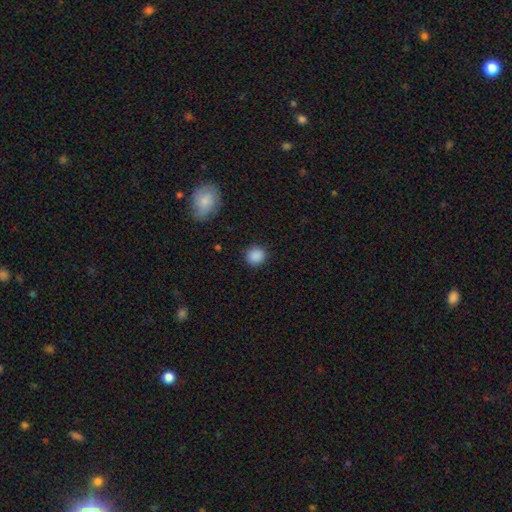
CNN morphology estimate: The model was most divided on "how rounded": round: 89%, in between: 10%, cigar-shaped: 1%. More confident: merging — none (89%); smooth or featured — smooth (88%).